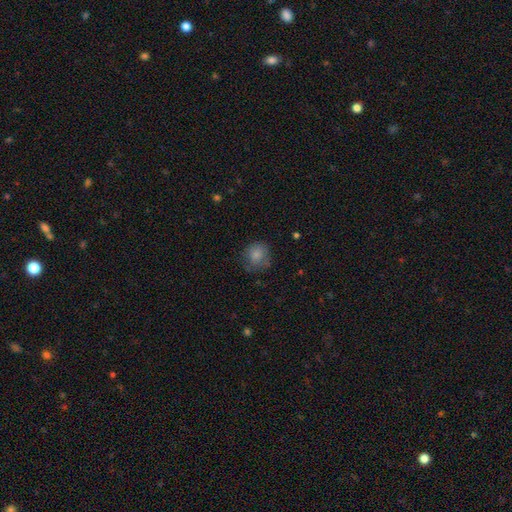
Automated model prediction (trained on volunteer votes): smooth 73%, star or artifact 15%, featured or disk 12%. Down the decision tree: how rounded — round (85%); merging — none (73%).